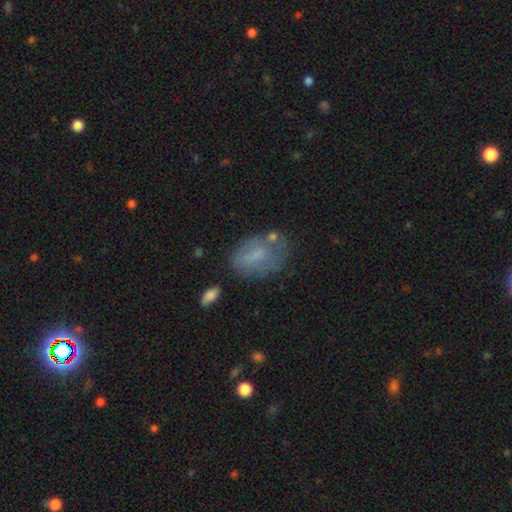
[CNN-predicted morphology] Smooth or featured? smooth (64%)
How rounded? in between (82%)
Merging? none (53%)